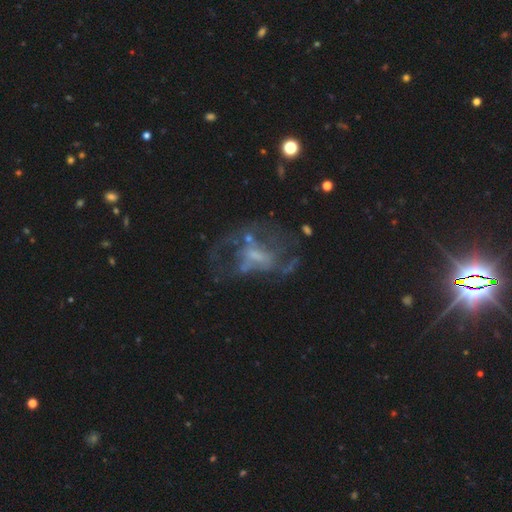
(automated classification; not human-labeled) smooth_or_featured: featured or disk (p=0.68) [alt: smooth p=0.17]
disk_edge_on: no (p=0.97) [alt: yes p=0.03]
bar: no (p=0.57) [alt: weak p=0.33]
has_spiral_arms: no (p=0.60) [alt: yes p=0.40]
bulge_size: none (p=0.38) [alt: small p=0.35]
merging: major disturbance (p=0.42) [alt: none p=0.35]